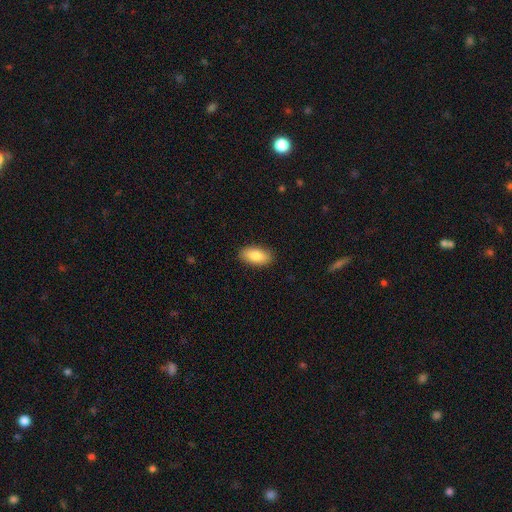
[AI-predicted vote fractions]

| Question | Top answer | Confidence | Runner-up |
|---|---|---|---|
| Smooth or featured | smooth | 85% | featured or disk (9%) |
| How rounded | in between | 92% | cigar-shaped (5%) |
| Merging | none | 89% | minor disturbance (8%) |